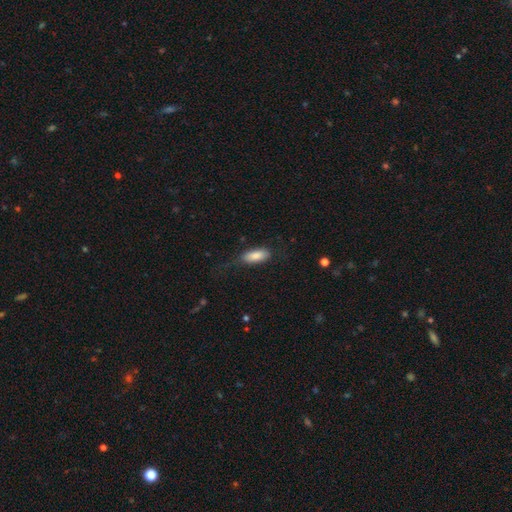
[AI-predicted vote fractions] Smooth or featured? smooth (82%)
How rounded? in between (82%)
Merging? none (63%)